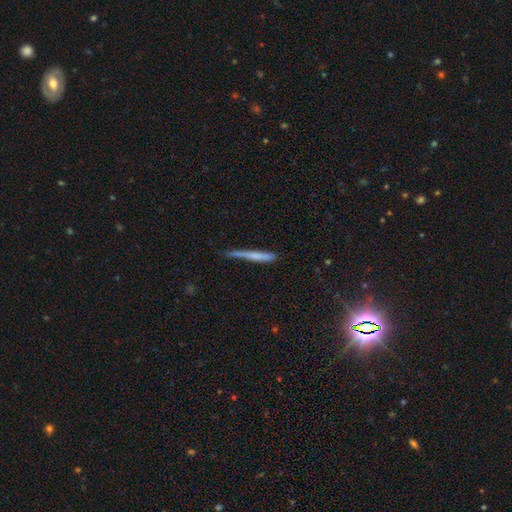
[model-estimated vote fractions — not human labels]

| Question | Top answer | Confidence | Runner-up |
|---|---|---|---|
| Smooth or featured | smooth | 57% | featured or disk (35%) |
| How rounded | cigar-shaped | 96% | in between (3%) |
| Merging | none | 62% | minor disturbance (27%) |